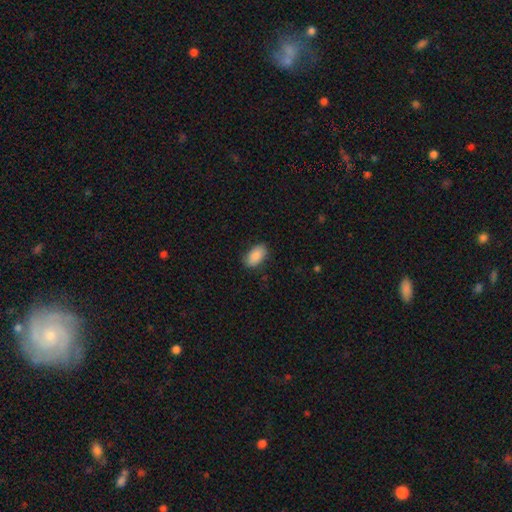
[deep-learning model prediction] Smooth or featured: smooth — 88% (star or artifact — 7%)
How rounded: in between — 93% (round — 5%)
Merging: none — 85% (minor disturbance — 11%)